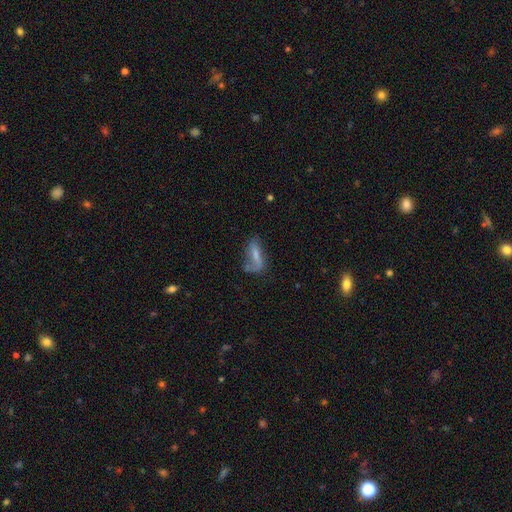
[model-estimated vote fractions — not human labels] smooth 56%, featured or disk 34%, star or artifact 9%. Down the decision tree: how rounded — in between (55%); merging — none (41%).